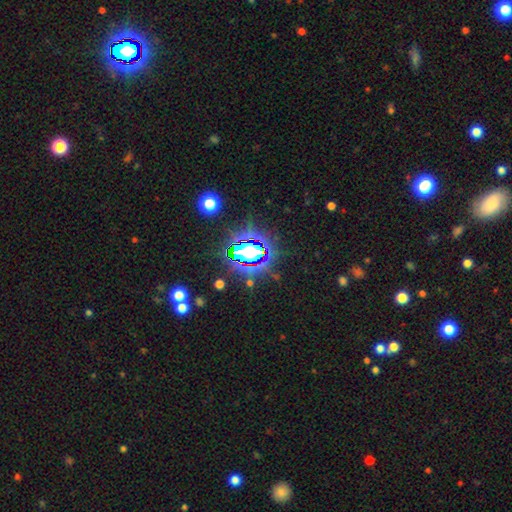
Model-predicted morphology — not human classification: This appears to be a star or artifact, not a galaxy (83%).